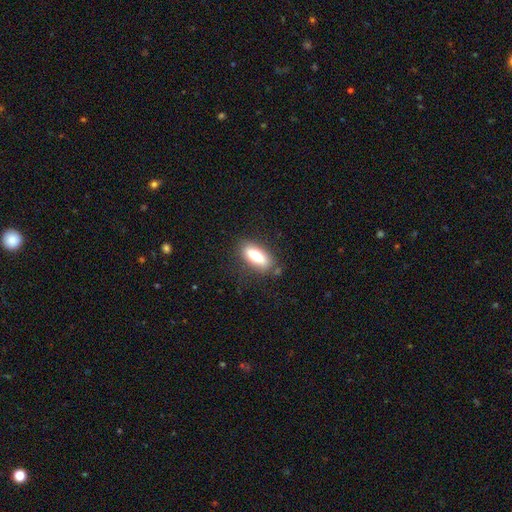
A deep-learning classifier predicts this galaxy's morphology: A smooth galaxy with no disk features (71%) that is in between round and cigar-shaped (72%).

Vote fractions:
- Smooth or featured? smooth: 71% / featured or disk: 21% / star or artifact: 7%
- How rounded? in between: 72% / cigar-shaped: 26% / round: 3%
- Merging? none: 79% / minor disturbance: 14% / major disturbance: 4% / merger: 3%